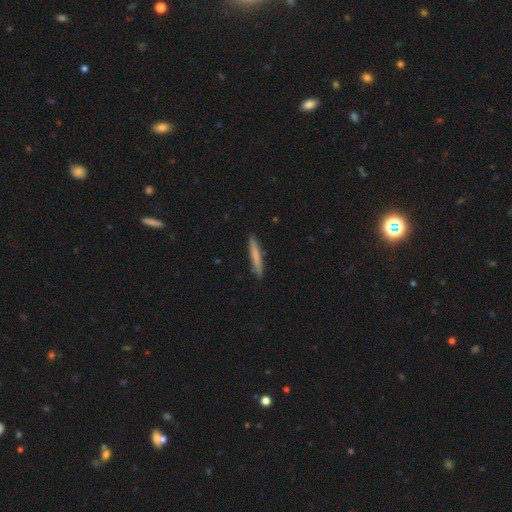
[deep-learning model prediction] Smooth or featured: smooth — 75% (featured or disk — 19%)
How rounded: cigar-shaped — 95% (in between — 4%)
Merging: none — 89% (minor disturbance — 9%)